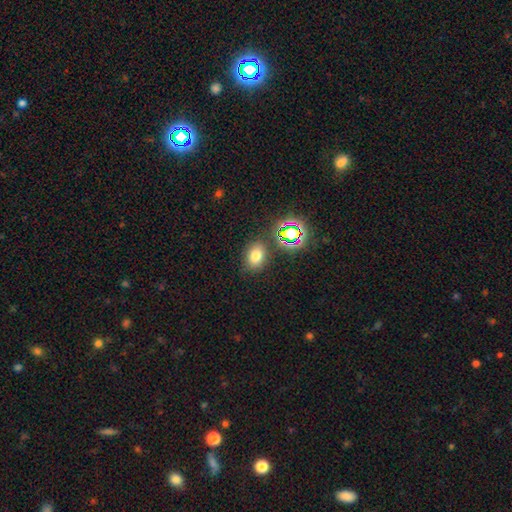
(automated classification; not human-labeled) smooth 72%, star or artifact 19%, featured or disk 9%. Down the decision tree: how rounded — in between (65%); merging — none (79%).